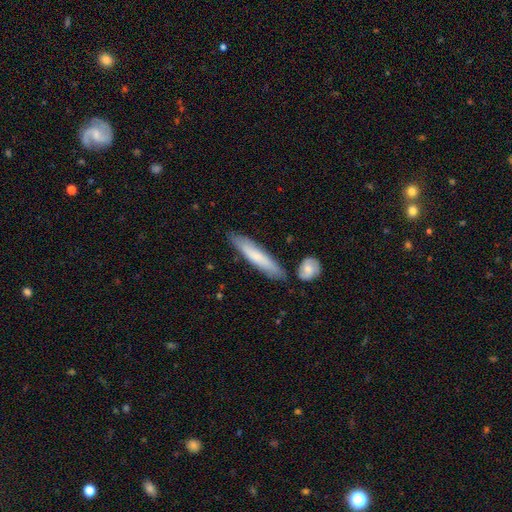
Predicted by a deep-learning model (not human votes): Smooth or featured? Predicted: smooth (p=0.66). How rounded? Predicted: cigar-shaped (p=0.88). Merging? Predicted: none (p=0.80).